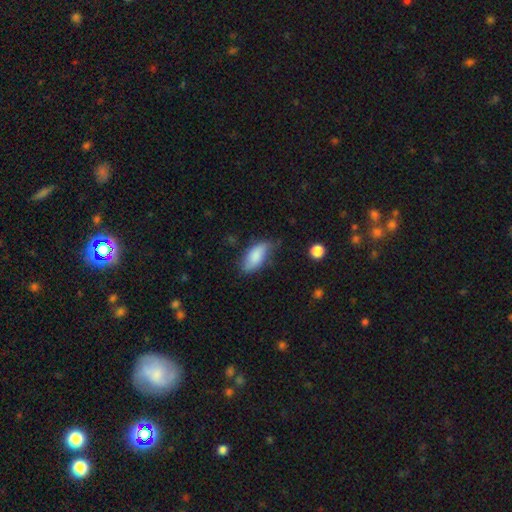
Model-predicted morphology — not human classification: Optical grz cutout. It shows a smooth galaxy with no disk features (83%) that is in between round and cigar-shaped (87%). Merging: none (65%).